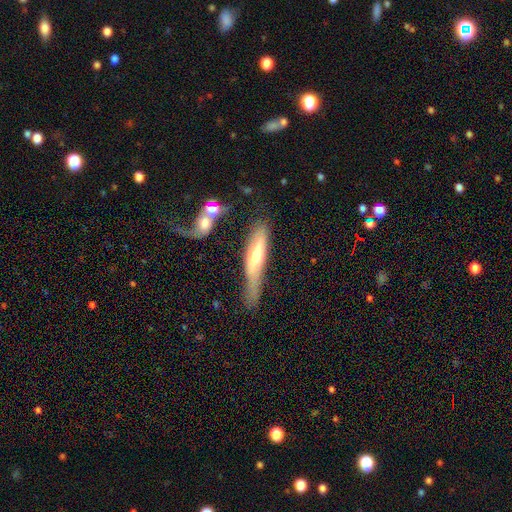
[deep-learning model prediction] The model was most divided on "smooth or featured": featured or disk: 50%, smooth: 43%, star or artifact: 6%. Remaining: edge-on disk — yes (76%); merging — none (41%).